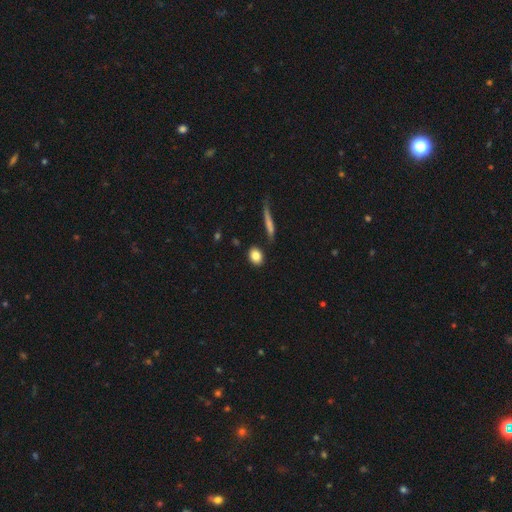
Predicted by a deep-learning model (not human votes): A smooth galaxy with no disk features (84%) that is in between round and cigar-shaped (54%).

Vote fractions:
- Smooth or featured? smooth: 84% / star or artifact: 8% / featured or disk: 8%
- How rounded? in between: 54% / round: 41% / cigar-shaped: 5%
- Merging? none: 84% / minor disturbance: 9% / merger: 4% / major disturbance: 3%